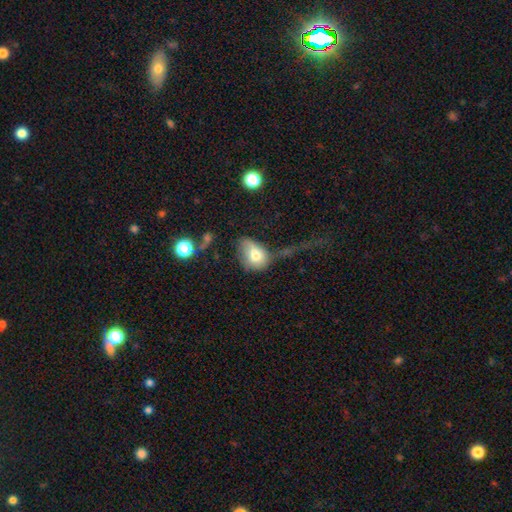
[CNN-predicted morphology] Overall: smooth (71%). How rounded: in between (66%; round 33%). Merging: major disturbance (45%; none 23%).